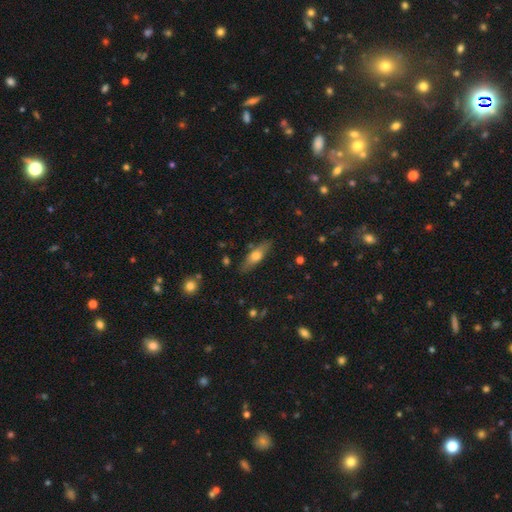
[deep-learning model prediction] This is possibly a smooth galaxy (57%). How rounded: possibly in between (49%). Merging: clearly none (83%).